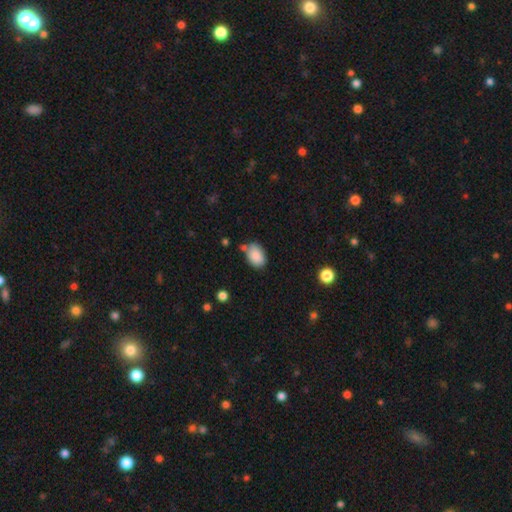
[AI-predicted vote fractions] The model was most divided on "merging": none: 70%, minor disturbance: 17%, merger: 9%, major disturbance: 4%. More confident: smooth or featured — smooth (88%); how rounded — in between (85%).